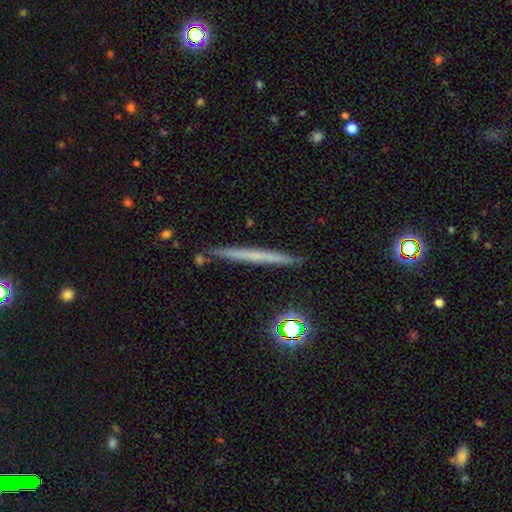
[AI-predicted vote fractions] A smooth galaxy with no disk features (47%). Merging: none (89%).